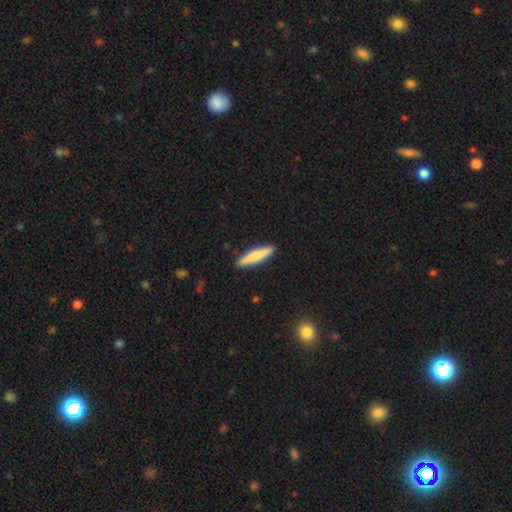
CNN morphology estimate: Q: Smooth or featured?
A: smooth (68%); runner-up: featured or disk (27%)
Q: How rounded?
A: cigar-shaped (90%); runner-up: in between (9%)
Q: Merging?
A: none (91%); runner-up: minor disturbance (7%)